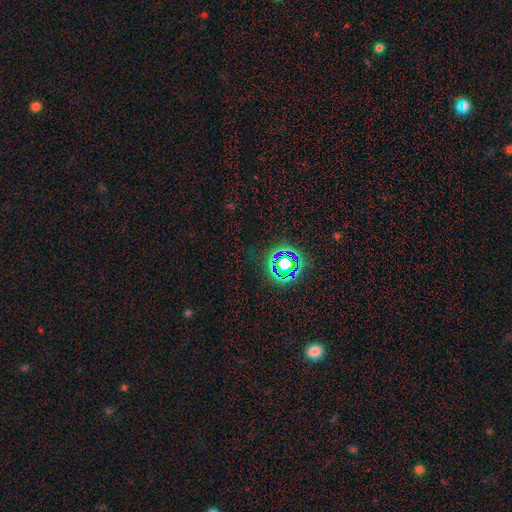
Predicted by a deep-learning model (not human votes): Morphology: type=star or artifact (77%).